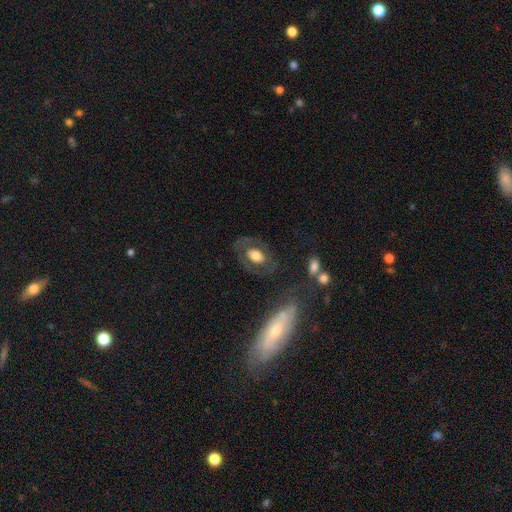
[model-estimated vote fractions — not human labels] Smooth or featured: smooth — 48% (featured or disk — 43%)
Merging: none — 73% (minor disturbance — 14%)